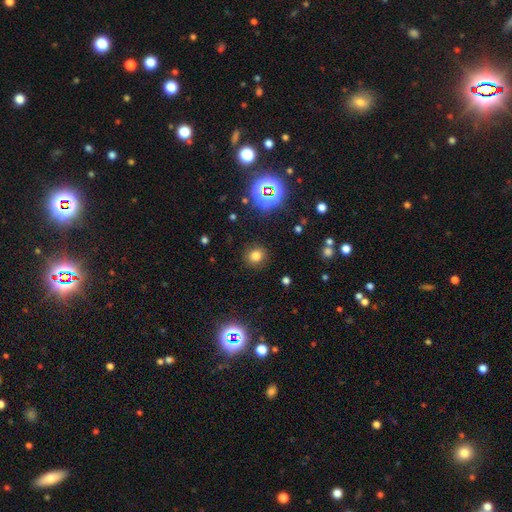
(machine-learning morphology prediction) Smooth or featured: smooth — 73% (star or artifact — 19%)
How rounded: round — 82% (in between — 17%)
Merging: none — 86% (minor disturbance — 9%)